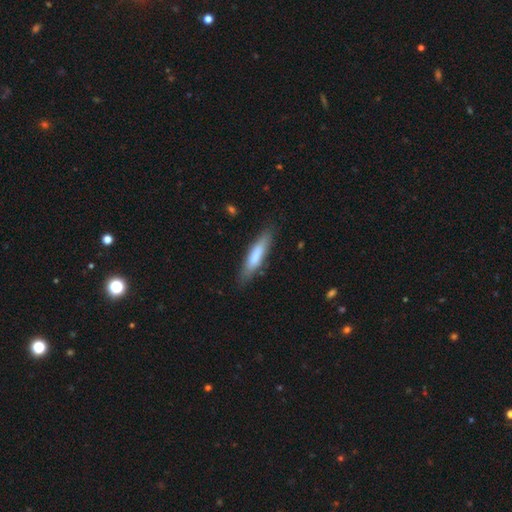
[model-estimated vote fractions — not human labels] This is likely a smooth galaxy (74%). How rounded: likely cigar-shaped (79%). Merging: clearly none (81%).